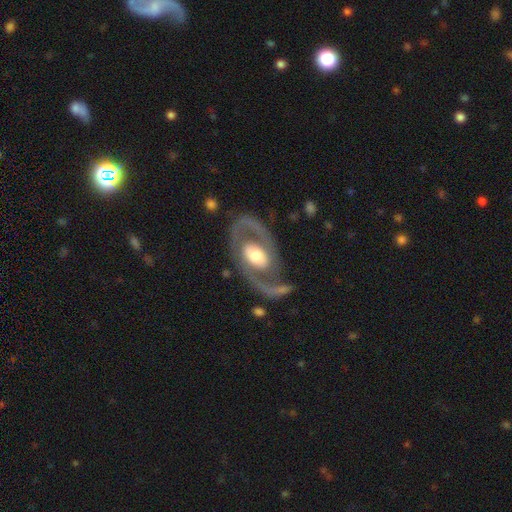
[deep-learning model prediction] This appears to be a featured or disk galaxy (82%) with no bar (59%), 2 (85%) medium (47%) spiral arms (74%) and a moderate central bulge (60%). Merging: none (73%).